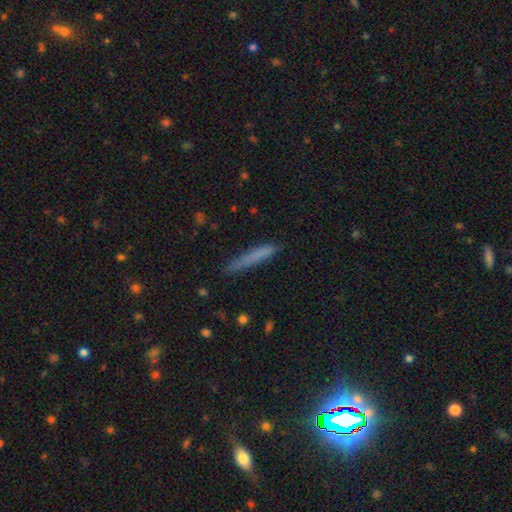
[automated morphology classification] A smooth galaxy with no disk features (75%) that is cigar-shaped (95%).

Vote fractions:
- Smooth or featured? smooth: 75% / featured or disk: 17% / star or artifact: 8%
- How rounded? cigar-shaped: 95% / in between: 4% / round: 1%
- Merging? none: 79% / minor disturbance: 16% / major disturbance: 3% / merger: 2%